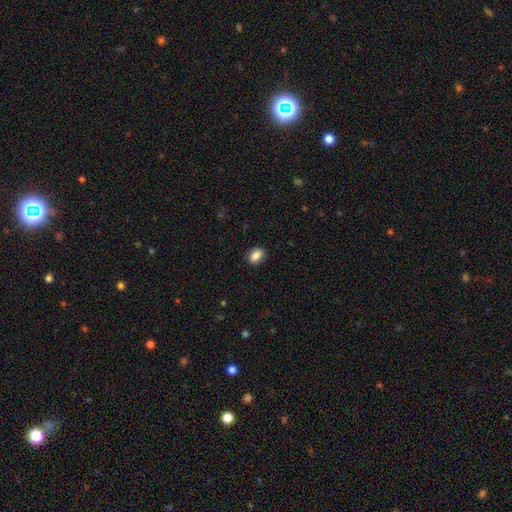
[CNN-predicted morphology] Smooth or featured: smooth — 85% (star or artifact — 9%)
How rounded: in between — 65% (round — 33%)
Merging: none — 88% (minor disturbance — 9%)